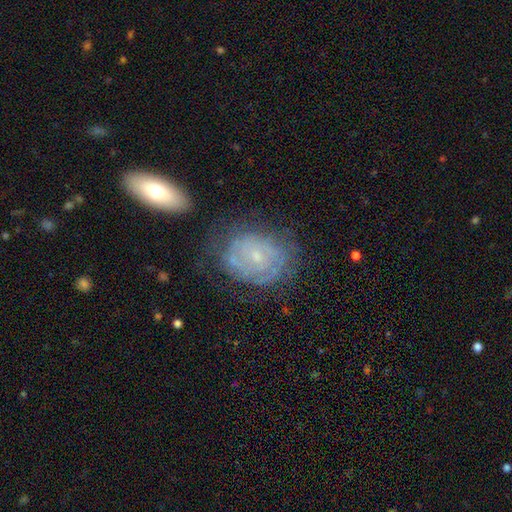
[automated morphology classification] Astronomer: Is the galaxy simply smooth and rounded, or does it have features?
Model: featured or disk — 70%.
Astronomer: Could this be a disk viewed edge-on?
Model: no — 97%.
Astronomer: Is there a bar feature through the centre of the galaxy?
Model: no — 74%.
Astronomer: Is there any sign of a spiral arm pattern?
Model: yes — 82%.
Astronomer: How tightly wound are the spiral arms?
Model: tight — 73%.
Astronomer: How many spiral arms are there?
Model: can't tell — 55%.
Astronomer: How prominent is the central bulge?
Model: small — 74%.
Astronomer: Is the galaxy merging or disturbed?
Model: none — 63%.